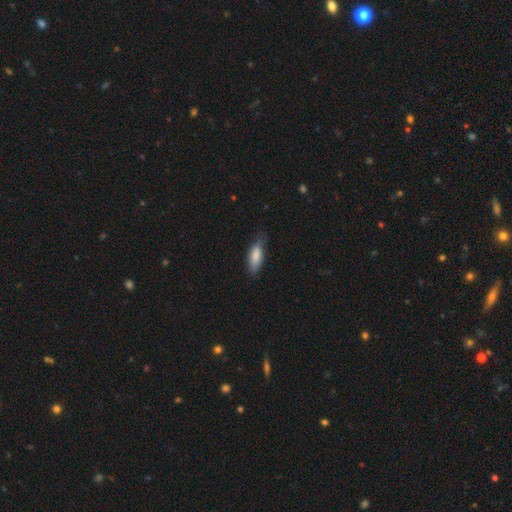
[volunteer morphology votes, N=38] smooth 87%, featured or disk 8%, star or artifact 5%. Down the decision tree: how rounded — in between (55%); merging — none (56%).